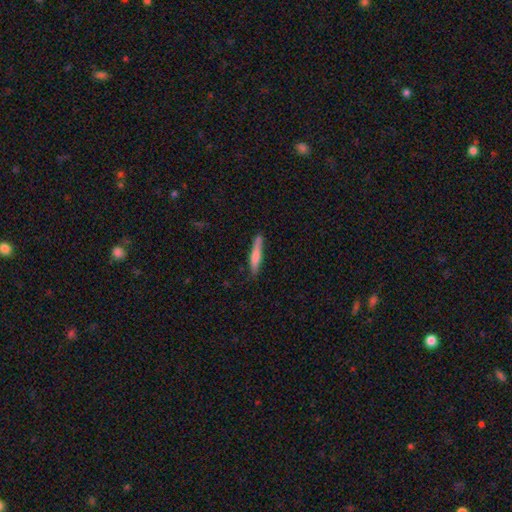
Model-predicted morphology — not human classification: Q: Smooth or featured?
A: smooth (70%); runner-up: featured or disk (25%)
Q: How rounded?
A: cigar-shaped (90%); runner-up: in between (8%)
Q: Merging?
A: none (80%); runner-up: minor disturbance (15%)